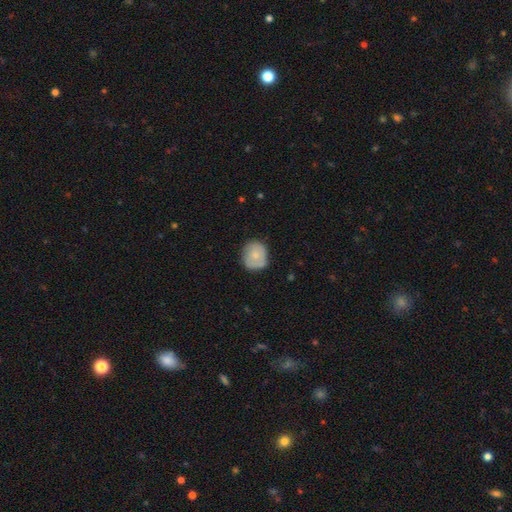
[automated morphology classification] Overall: smooth (68%). How rounded: round (81%). Merging: none (71%).